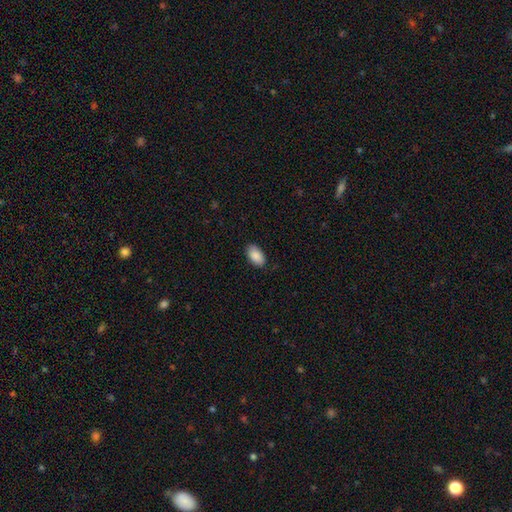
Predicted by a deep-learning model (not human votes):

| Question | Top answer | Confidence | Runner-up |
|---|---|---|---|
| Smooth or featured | smooth | 90% | star or artifact (6%) |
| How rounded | in between | 95% | round (4%) |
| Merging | none | 87% | minor disturbance (10%) |